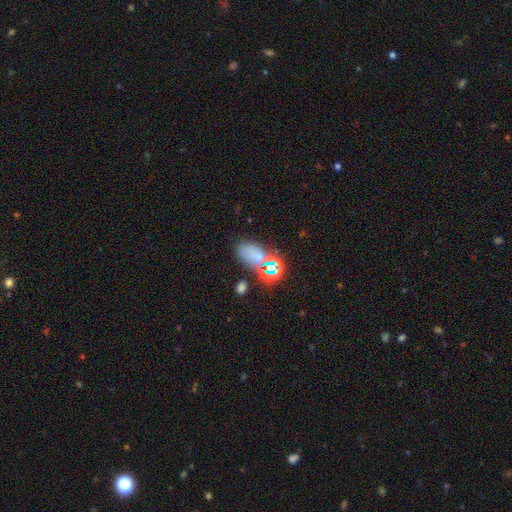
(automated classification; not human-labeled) Smooth or featured? Predicted: smooth (p=0.60). How rounded? Predicted: in between (p=0.84). Merging? Predicted: none (p=0.55).